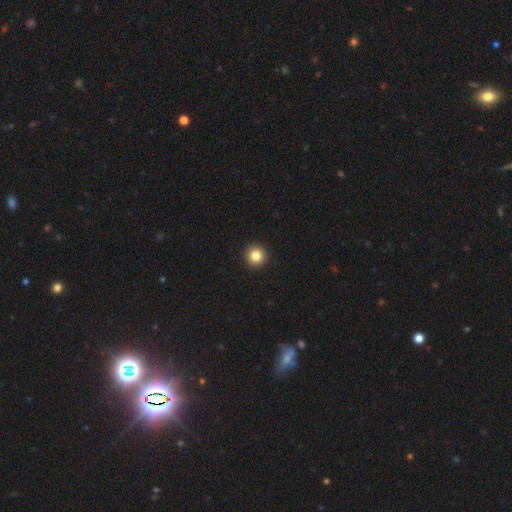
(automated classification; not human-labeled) smooth-or-featured: smooth: 85% | star or artifact: 10% | featured or disk: 5%
  how-rounded: round: 96% | in between: 4% | cigar-shaped: 1%
  merging: none: 94% | minor disturbance: 4% | major disturbance: 1% | merger: 1%